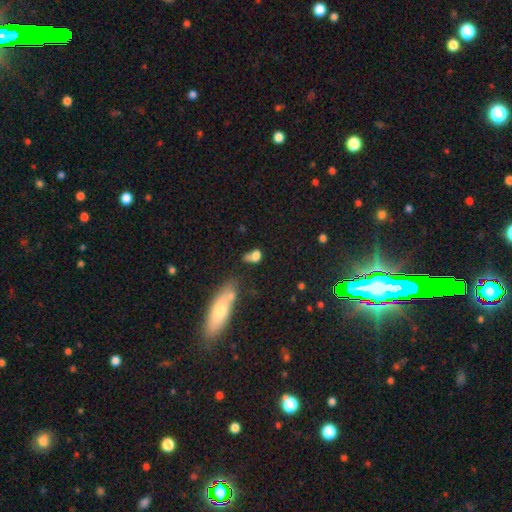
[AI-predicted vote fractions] Smooth or featured?
  - smooth: 72% *
  - featured or disk: 14%
  - star or artifact: 14%
How rounded?
  - in between: 62% *
  - round: 34%
  - cigar-shaped: 4%
Merging?
  - merger: 39% *
  - none: 30%
  - minor disturbance: 17%
  - major disturbance: 15%